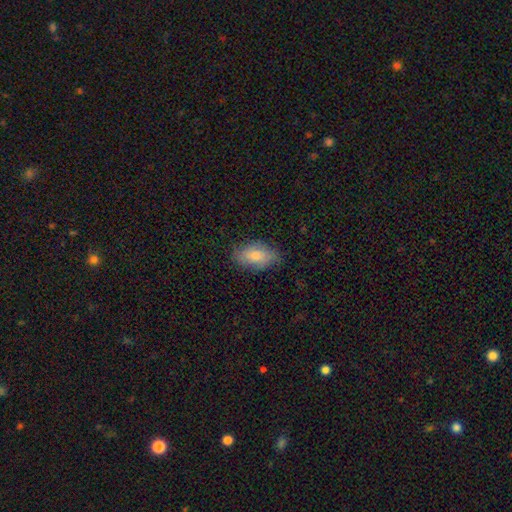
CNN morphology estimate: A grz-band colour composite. It shows a smooth galaxy with no disk features (76%) that is in between round and cigar-shaped (91%). Merging: none (77%).